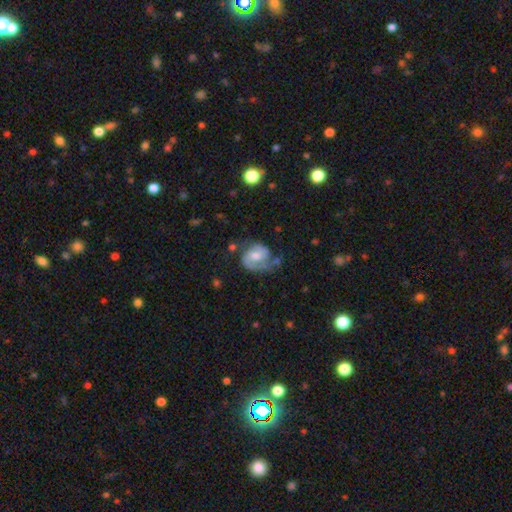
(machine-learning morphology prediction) This is likely a featured or disk galaxy (76%). It is clearly not viewed edge-on (98%). Bar: possibly no (50%). Spiral arm pattern: clearly yes (93%). Spiral arm count: likely 2 (65%). Spiral winding: marginally medium (44%). Central bulge: possibly moderate (56%). Merging: possibly none (50%).